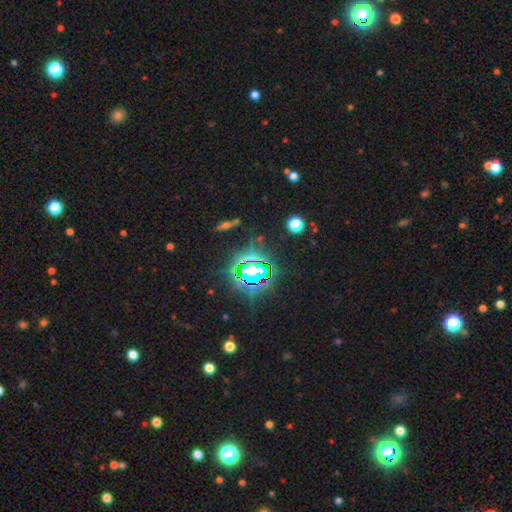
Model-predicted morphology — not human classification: This appears to be a star or artifact, not a galaxy (83%).